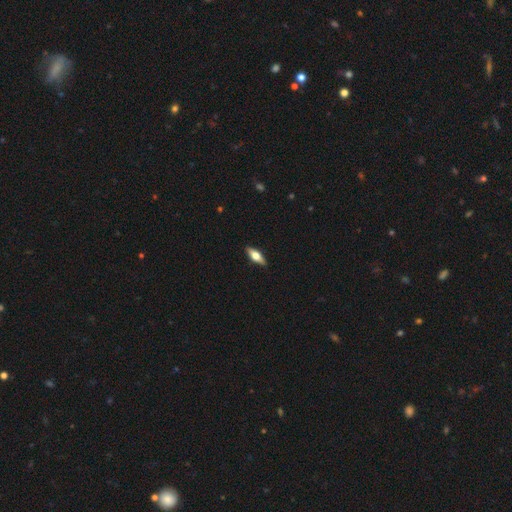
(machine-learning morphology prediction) Q: Smooth or featured?
A: smooth (50%); runner-up: featured or disk (44%)
Q: How rounded?
A: in between (62%); runner-up: cigar-shaped (35%)
Q: Merging?
A: none (89%); runner-up: minor disturbance (8%)